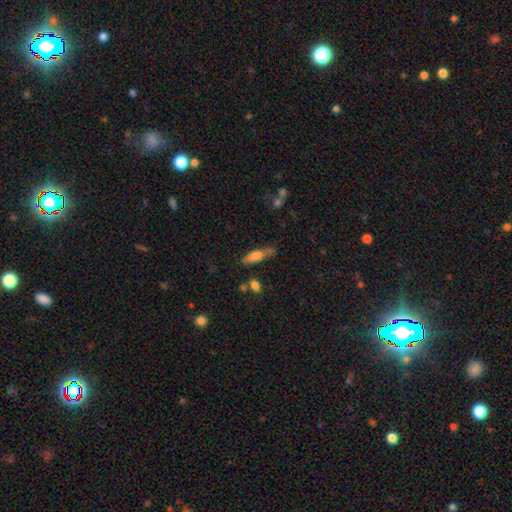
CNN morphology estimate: Smooth or featured? Predicted: smooth (p=0.68). How rounded? Predicted: cigar-shaped (p=0.54). Merging? Predicted: none (p=0.60).